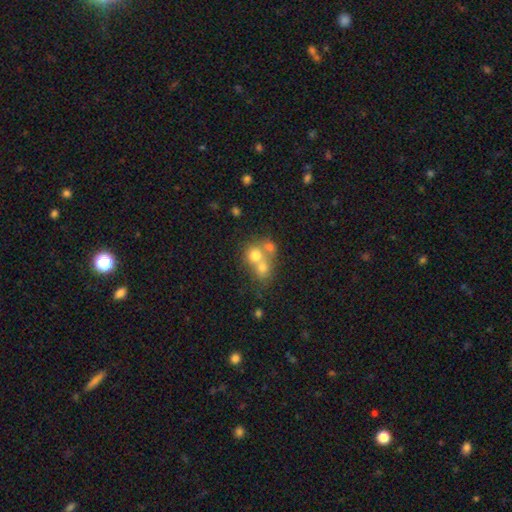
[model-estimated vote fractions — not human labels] This is likely a smooth galaxy (65%). How rounded: likely round (78%). Merging: likely merger (61%).